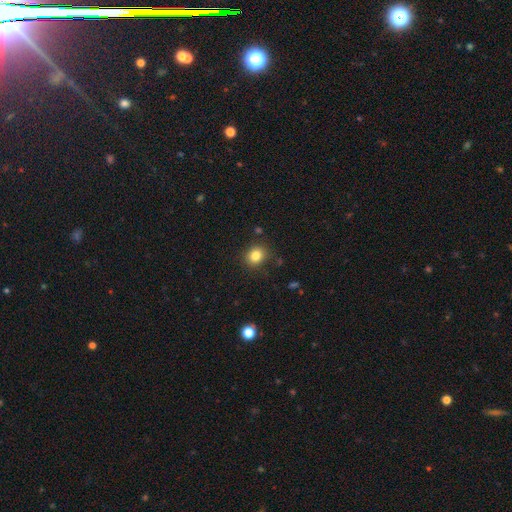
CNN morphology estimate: Smooth or featured? Predicted: smooth (p=0.82). How rounded? Predicted: round (p=0.73). Merging? Predicted: none (p=0.85).